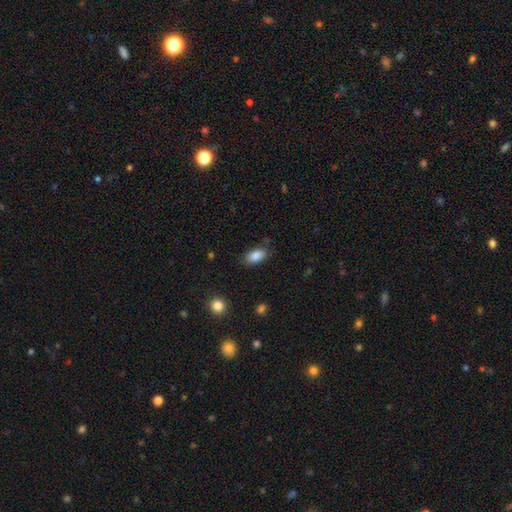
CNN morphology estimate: smooth_or_featured: smooth (p=0.86) [alt: star or artifact p=0.08]
how_rounded: in between (p=0.91) [alt: cigar-shaped p=0.05]
merging: none (p=0.80) [alt: minor disturbance p=0.15]